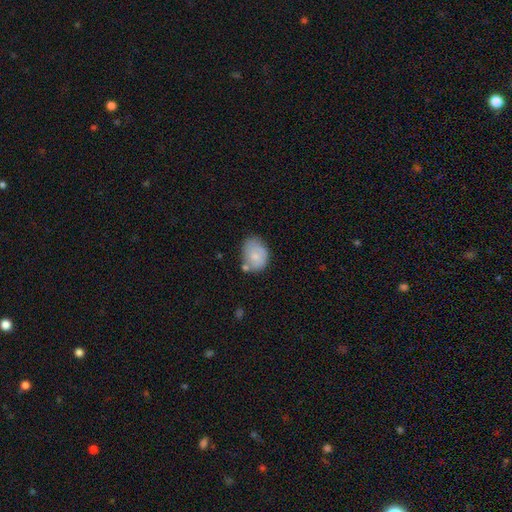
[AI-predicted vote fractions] A smooth galaxy with no disk features (73%) that is in between round and cigar-shaped (67%). Merging: none (51%).